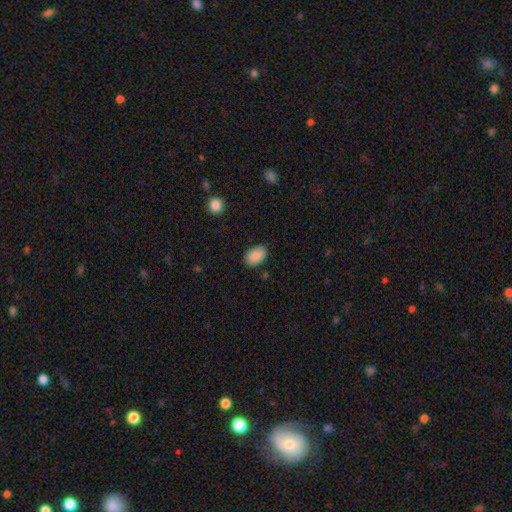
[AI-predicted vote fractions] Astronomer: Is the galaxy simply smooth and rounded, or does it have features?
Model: smooth — 89%.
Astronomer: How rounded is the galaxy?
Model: in between — 87%.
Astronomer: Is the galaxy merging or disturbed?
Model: none — 85%.